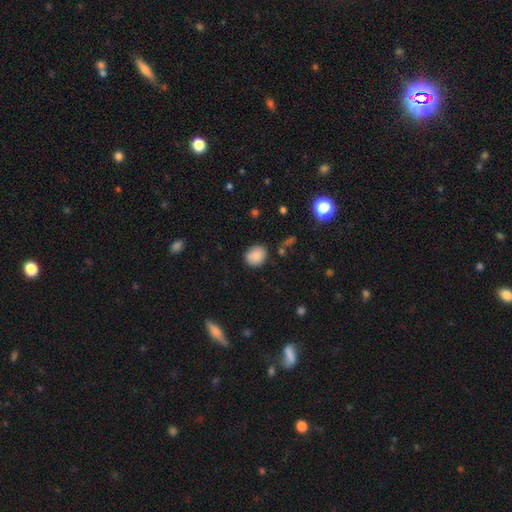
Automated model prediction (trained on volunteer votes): A smooth galaxy with no disk features (84%) that is round (55%).

Vote fractions:
- Smooth or featured? smooth: 84% / star or artifact: 9% / featured or disk: 6%
- How rounded? round: 55% / in between: 44% / cigar-shaped: 1%
- Merging? none: 77% / minor disturbance: 15% / merger: 5% / major disturbance: 3%